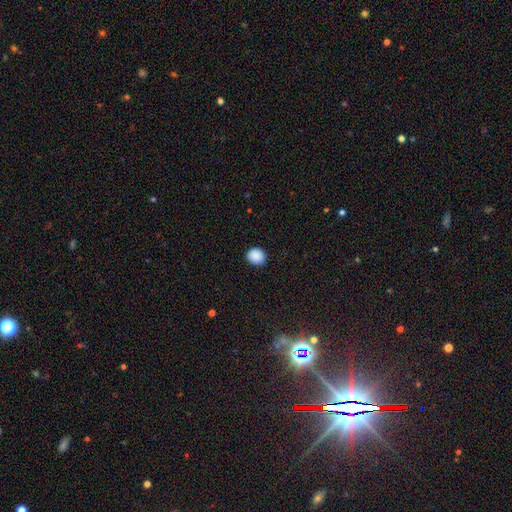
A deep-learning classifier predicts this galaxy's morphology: smooth_or_featured: smooth (p=0.89) [alt: star or artifact p=0.08]
how_rounded: round (p=0.76) [alt: in between p=0.23]
merging: none (p=0.91) [alt: minor disturbance p=0.06]